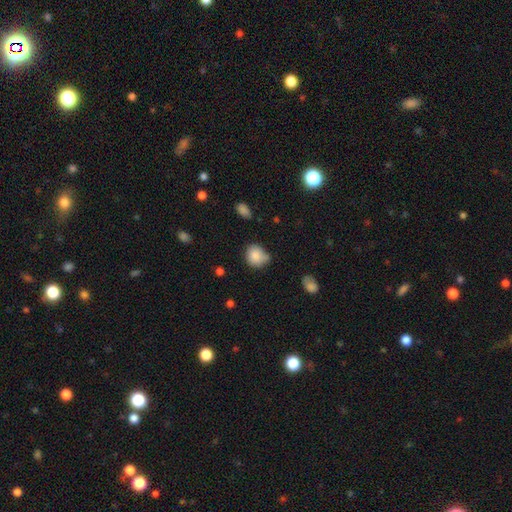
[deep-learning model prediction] Smooth or featured: smooth — 84% (star or artifact — 9%)
How rounded: round — 66% (in between — 33%)
Merging: none — 50% (minor disturbance — 35%)